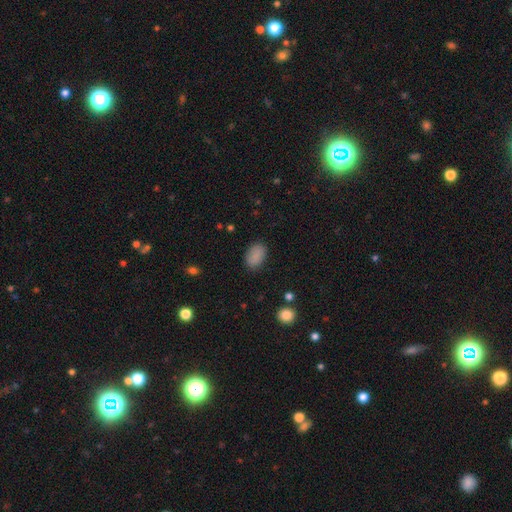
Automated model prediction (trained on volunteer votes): Smooth or featured? smooth (88%)
How rounded? in between (90%)
Merging? none (86%)